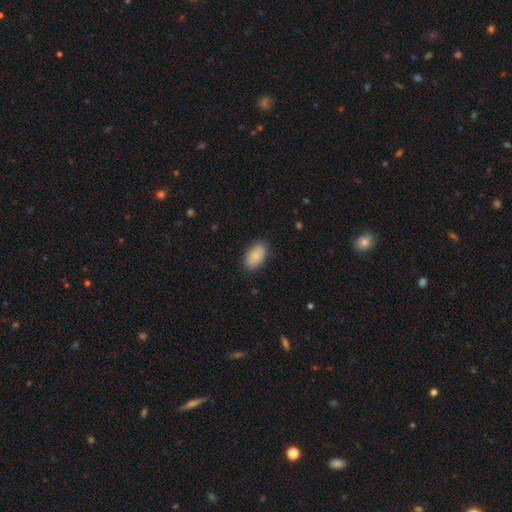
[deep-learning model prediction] Overall: smooth (88%). How rounded: in between (94%). Merging: none (87%).